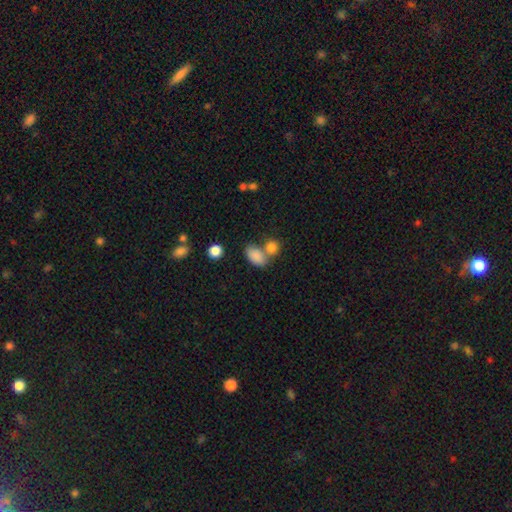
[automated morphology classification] smooth_or_featured: smooth (p=0.85) [alt: star or artifact p=0.09]
how_rounded: in between (p=0.87) [alt: round p=0.11]
merging: none (p=0.46) [alt: merger p=0.36]